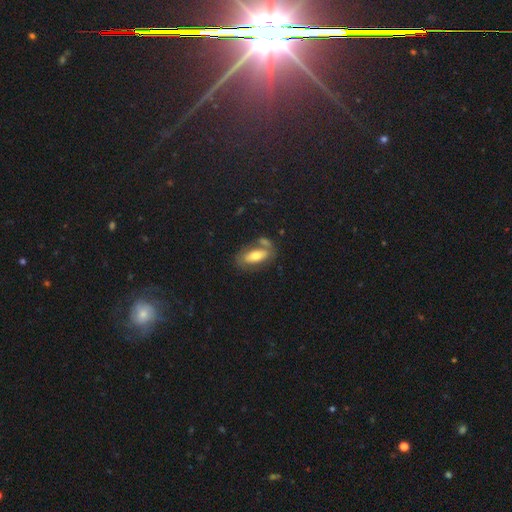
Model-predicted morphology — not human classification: type=smooth (62%); roundness=in between (84%); merging=none (56%).